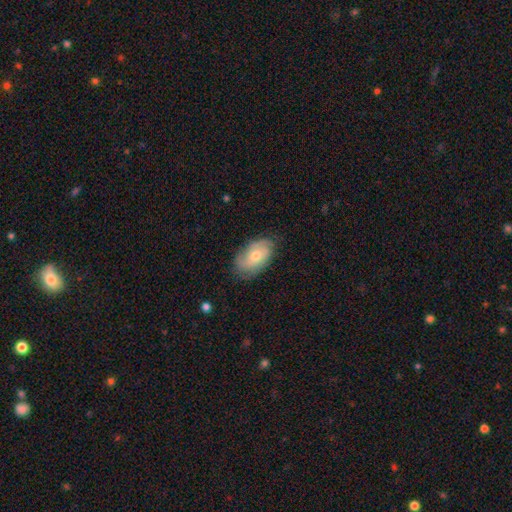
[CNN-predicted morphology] Smooth or featured?
  - featured or disk: 50% *
  - smooth: 43%
  - star or artifact: 7%
Edge-on disk?
  - no: 93% *
  - yes: 7%
Merging?
  - none: 74% *
  - minor disturbance: 20%
  - major disturbance: 5%
  - merger: 1%